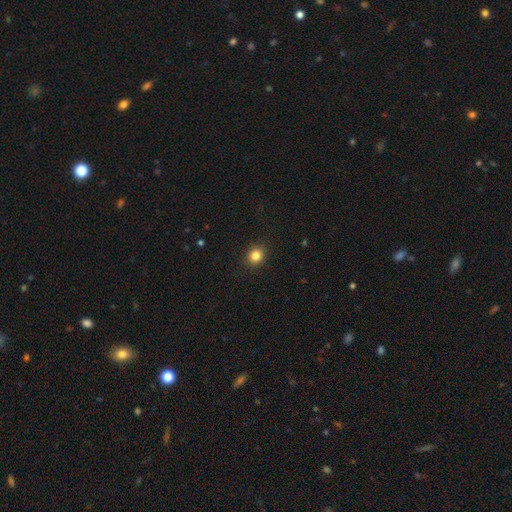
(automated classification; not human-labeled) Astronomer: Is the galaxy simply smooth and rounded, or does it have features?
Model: smooth — 84%.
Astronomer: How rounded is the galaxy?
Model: round — 80%.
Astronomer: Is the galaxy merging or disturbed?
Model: none — 91%.